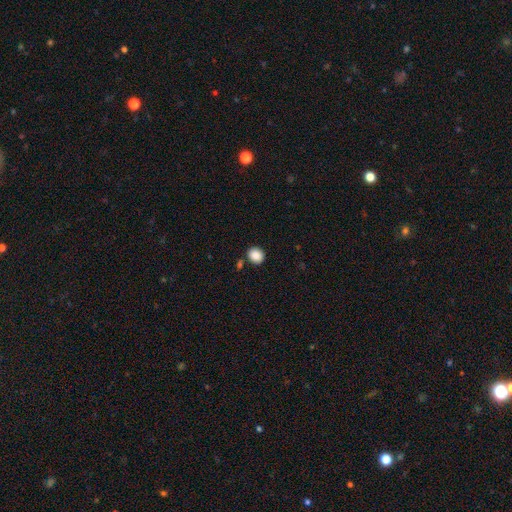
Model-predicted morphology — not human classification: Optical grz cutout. It shows a smooth galaxy with no disk features (88%) that is round (75%). Merging: none (83%).